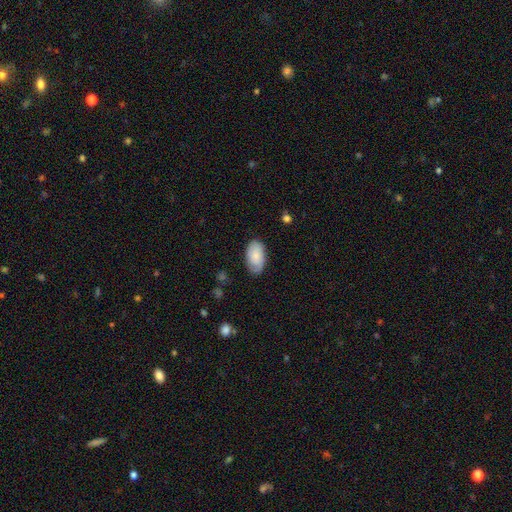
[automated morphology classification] type=smooth (72%); roundness=in between (95%); merging=none (76%).